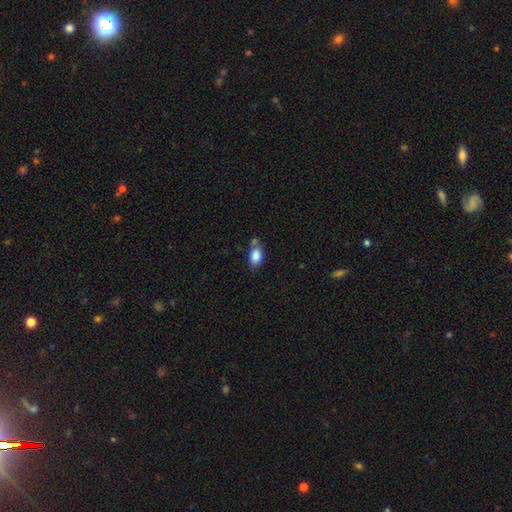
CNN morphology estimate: A smooth galaxy with no disk features (85%) that is in between round and cigar-shaped (86%).

Vote fractions:
- Smooth or featured? smooth: 85% / star or artifact: 8% / featured or disk: 7%
- How rounded? in between: 86% / round: 12% / cigar-shaped: 2%
- Merging? none: 58% / minor disturbance: 20% / merger: 18% / major disturbance: 5%